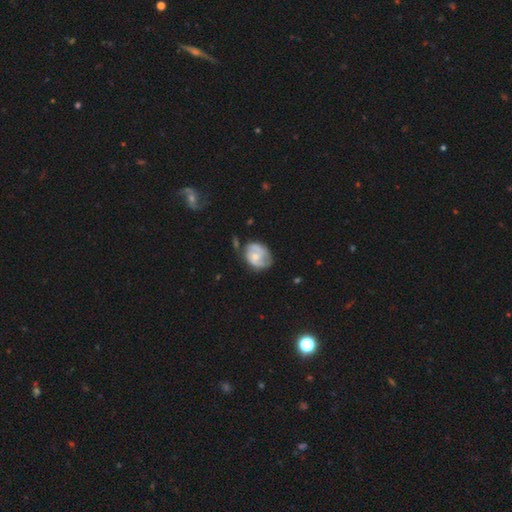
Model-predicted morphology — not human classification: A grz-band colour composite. It shows a featured or disk galaxy (60%) with no bar (65%), spiral arms (78%) and a small central bulge (46%). Merging: none (54%).